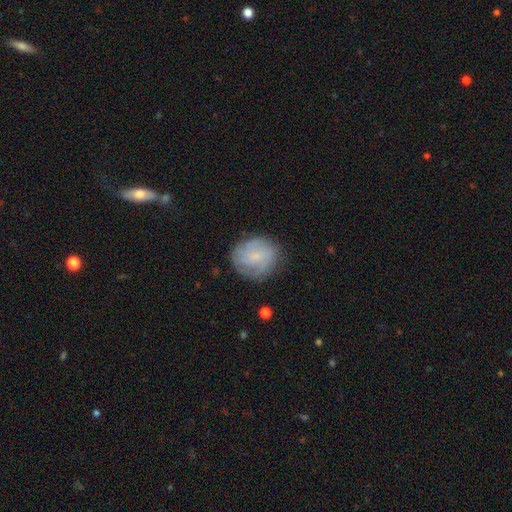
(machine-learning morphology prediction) smooth_or_featured: smooth (p=0.53) [alt: featured or disk p=0.39]
how_rounded: round (p=0.72) [alt: in between p=0.27]
merging: none (p=0.74) [alt: minor disturbance p=0.18]